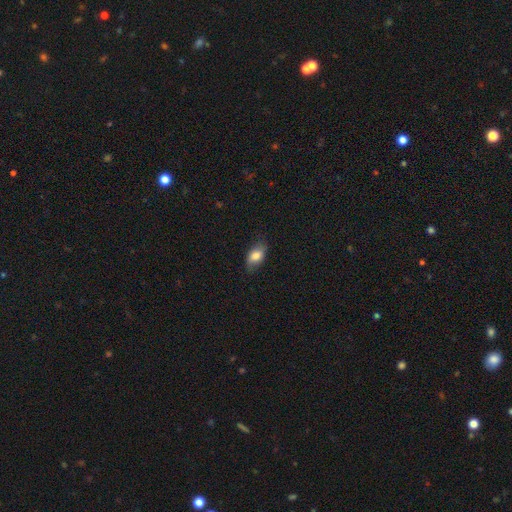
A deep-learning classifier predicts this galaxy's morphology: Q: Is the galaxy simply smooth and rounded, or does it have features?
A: smooth — 77%.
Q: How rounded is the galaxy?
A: in between — 90%.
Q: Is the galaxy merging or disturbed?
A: none — 79%.